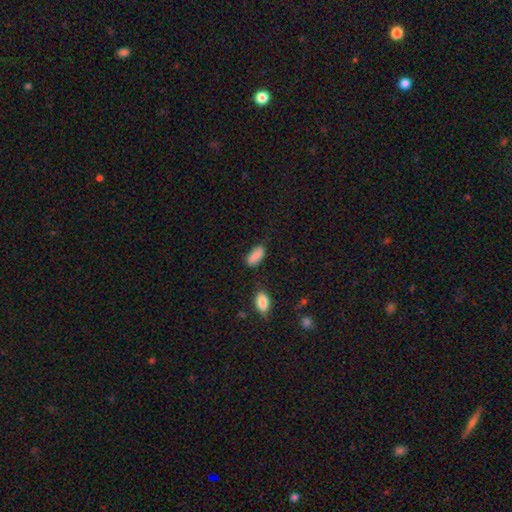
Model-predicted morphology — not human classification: This appears to be a smooth galaxy with no disk features (88%) that is in between round and cigar-shaped (90%). Merging: none (77%).